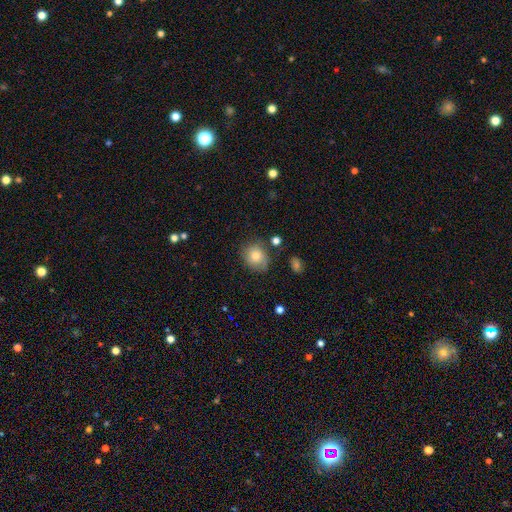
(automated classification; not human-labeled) Smooth or featured? smooth (78%)
How rounded? round (70%)
Merging? none (72%)